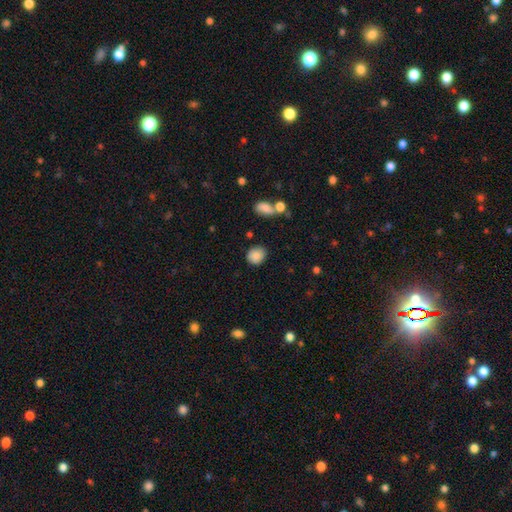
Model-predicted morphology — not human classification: This appears to be a smooth galaxy with no disk features (87%) that is round (73%). Merging: none (81%).